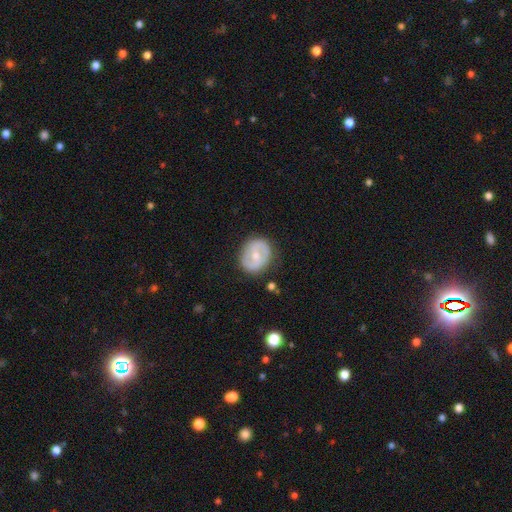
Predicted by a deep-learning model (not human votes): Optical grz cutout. It shows a featured or disk galaxy (61%) with a weak bar (44%), spiral arms (54%) and a small central bulge (49%). Merging: none (82%).